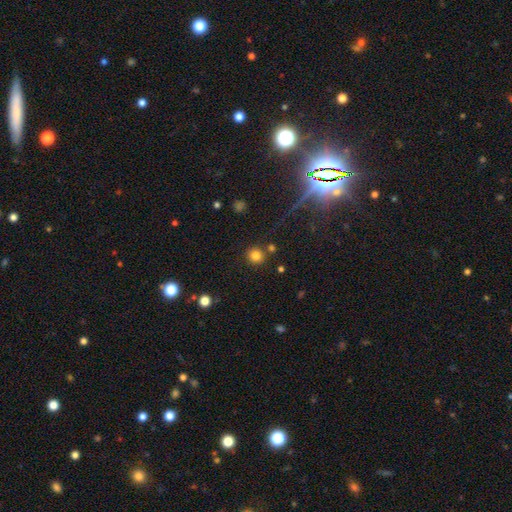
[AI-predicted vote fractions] smooth_or_featured: smooth (p=0.80) [alt: star or artifact p=0.14]
how_rounded: round (p=0.92) [alt: in between p=0.07]
merging: none (p=0.82) [alt: merger p=0.08]